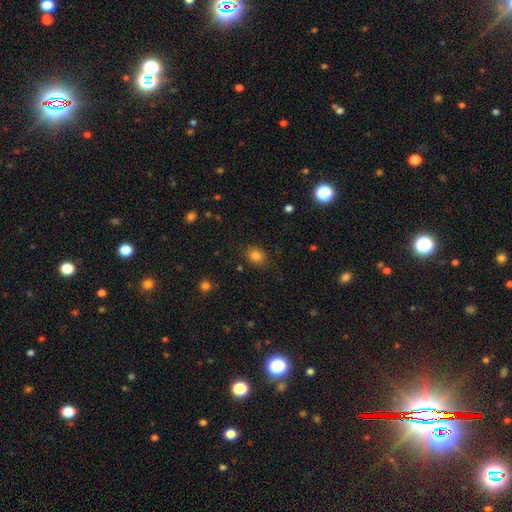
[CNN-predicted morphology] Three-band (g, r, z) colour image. It shows a smooth galaxy with no disk features (82%) that is in between round and cigar-shaped (54%). Merging: none (85%).